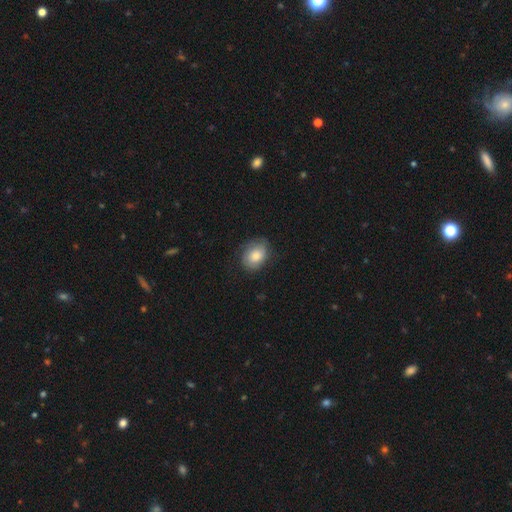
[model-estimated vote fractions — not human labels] smooth 73%, featured or disk 20%, star or artifact 7%. Down the decision tree: how rounded — in between (60%); merging — none (70%).